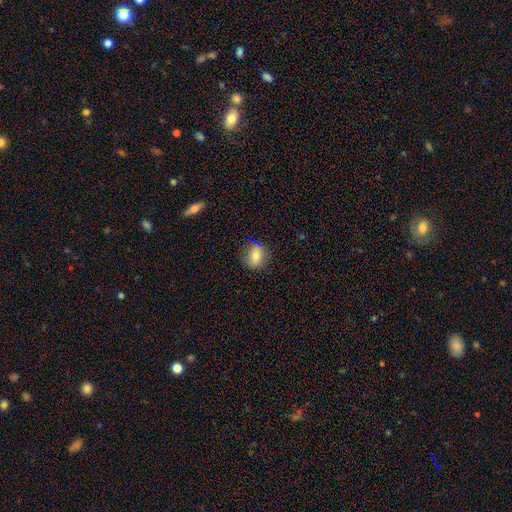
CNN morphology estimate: Overall: smooth (75%). How rounded: round (64%; in between 34%). Merging: none (81%).